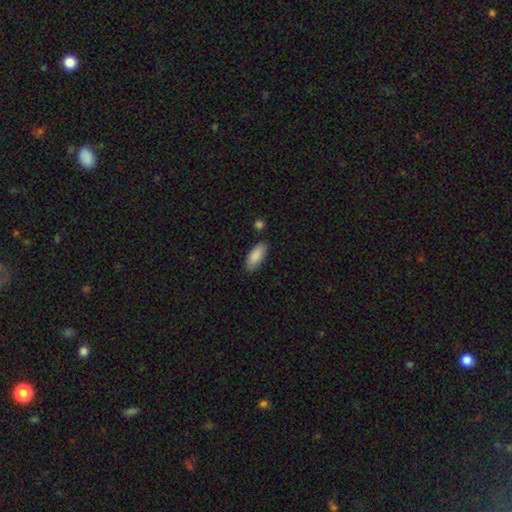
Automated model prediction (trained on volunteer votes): The model was most divided on "how rounded": in between: 83%, cigar-shaped: 15%, round: 2%. More confident: smooth or featured — smooth (88%); merging — none (84%).